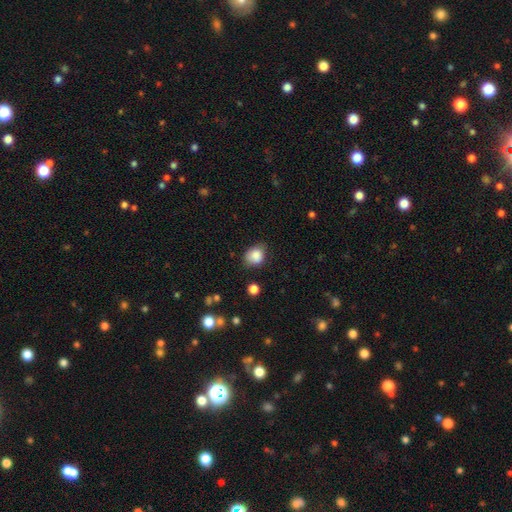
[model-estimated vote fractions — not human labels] smooth 85%, star or artifact 9%, featured or disk 6%. Down the decision tree: how rounded — in between (55%); merging — none (63%).